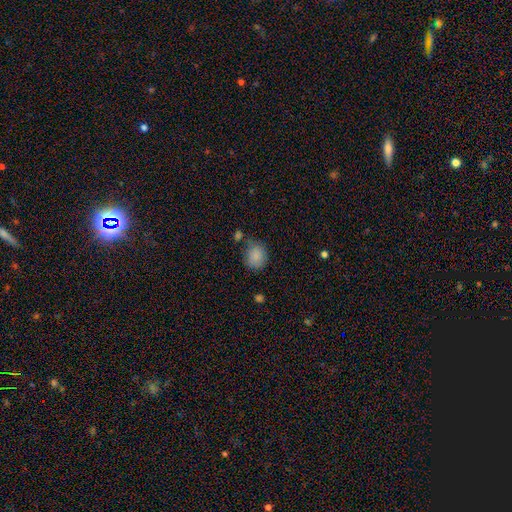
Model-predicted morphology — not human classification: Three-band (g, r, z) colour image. It shows a smooth galaxy with no disk features (86%) that is round (66%). Merging: none (67%).